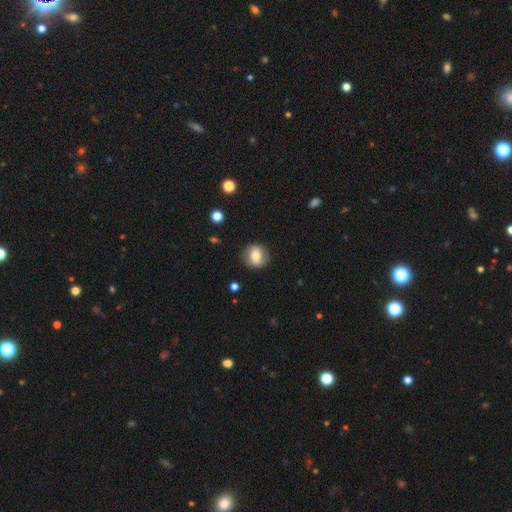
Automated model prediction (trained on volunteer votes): smooth 66%, featured or disk 25%, star or artifact 9%. Down the decision tree: how rounded — round (80%); merging — none (83%).